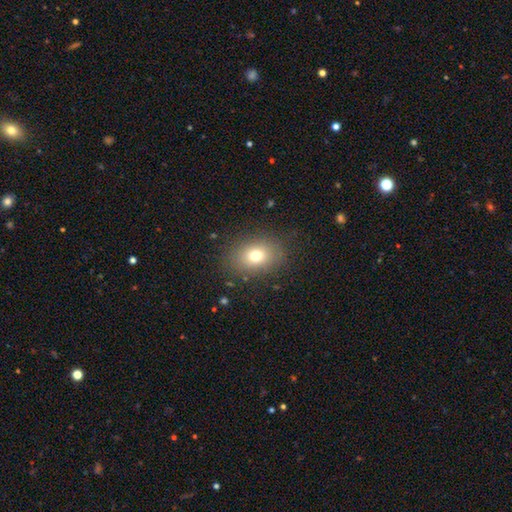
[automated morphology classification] smooth_or_featured: smooth (p=0.74) [alt: star or artifact p=0.13]
how_rounded: in between (p=0.61) [alt: round p=0.38]
merging: none (p=0.84) [alt: minor disturbance p=0.10]